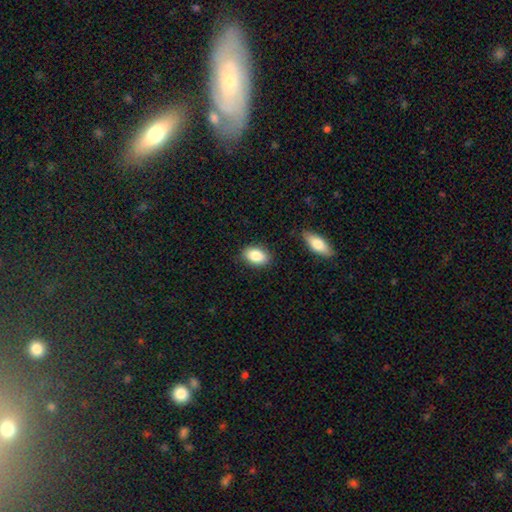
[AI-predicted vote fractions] smooth-or-featured: smooth: 85% | featured or disk: 7% | star or artifact: 7%
  how-rounded: in between: 87% | round: 11% | cigar-shaped: 2%
  merging: none: 84% | minor disturbance: 11% | major disturbance: 2% | merger: 2%